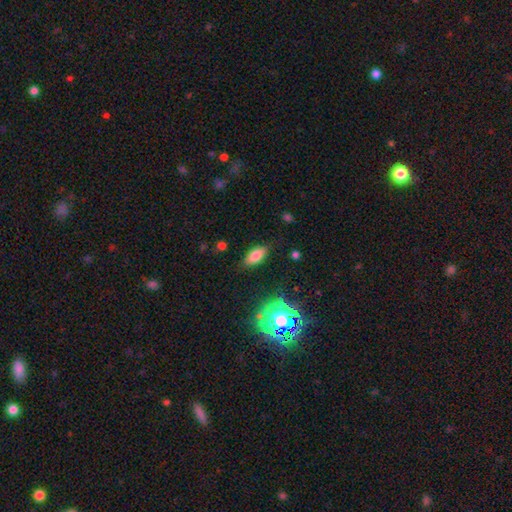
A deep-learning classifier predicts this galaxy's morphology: A smooth galaxy with no disk features (73%) that is in between round and cigar-shaped (84%). Merging: none (84%).